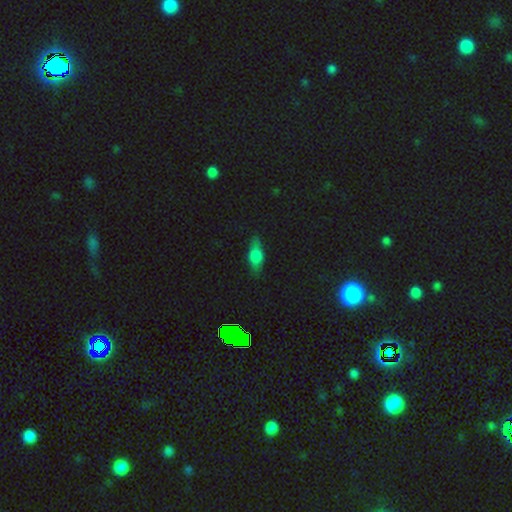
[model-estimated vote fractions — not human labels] Overall: smooth (60%; featured or disk 29%). How rounded: in between (73%). Merging: none (77%).